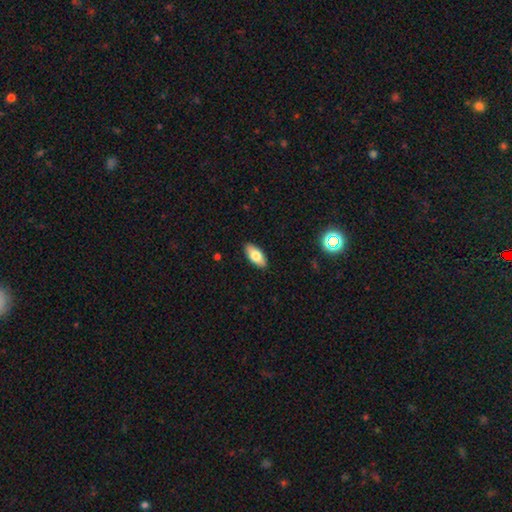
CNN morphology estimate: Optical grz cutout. It shows a smooth galaxy with no disk features (76%) that is in between round and cigar-shaped (88%). Merging: none (90%).